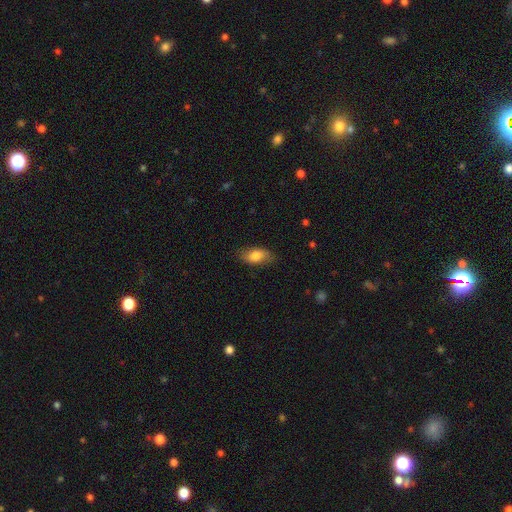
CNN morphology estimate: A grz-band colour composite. It shows a smooth galaxy with no disk features (78%) that is in between round and cigar-shaped (88%). Merging: none (79%).